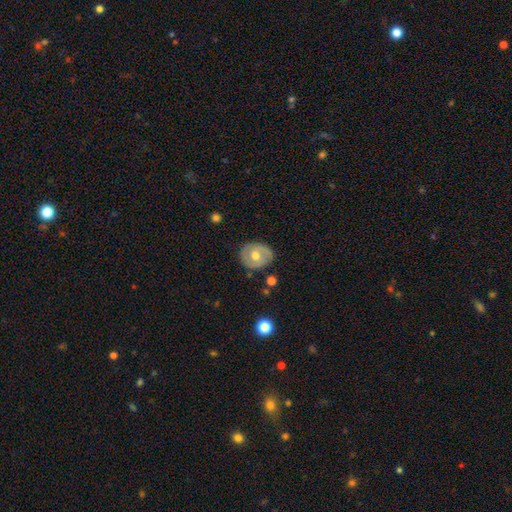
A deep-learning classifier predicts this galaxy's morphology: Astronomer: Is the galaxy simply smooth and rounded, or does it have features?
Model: smooth — 48% (runner-up: featured or disk, 46%).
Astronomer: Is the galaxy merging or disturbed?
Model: none — 80%.